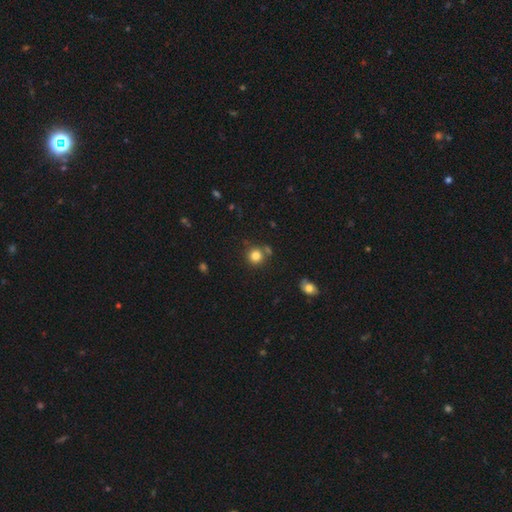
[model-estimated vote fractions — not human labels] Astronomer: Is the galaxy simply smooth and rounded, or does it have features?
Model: smooth — 82%.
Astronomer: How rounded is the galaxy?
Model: round — 92%.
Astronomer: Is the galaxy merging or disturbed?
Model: none — 77%.